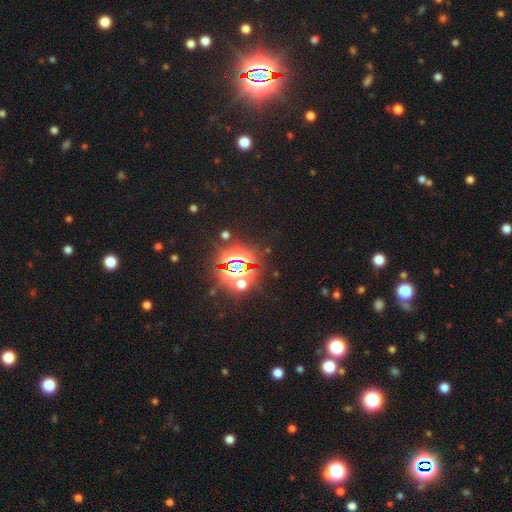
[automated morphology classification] This is clearly a star or artifact rather than a galaxy (85%).